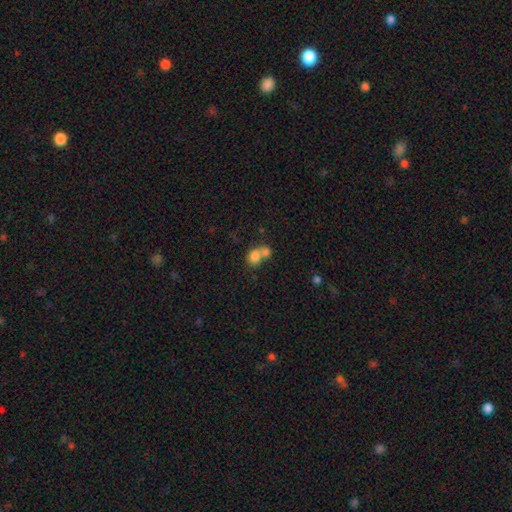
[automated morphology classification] A smooth galaxy with no disk features (78%) that is round (61%).

Vote fractions:
- Smooth or featured? smooth: 78% / featured or disk: 12% / star or artifact: 10%
- How rounded? round: 61% / in between: 38% / cigar-shaped: 1%
- Merging? merger: 63% / none: 27% / minor disturbance: 7% / major disturbance: 4%